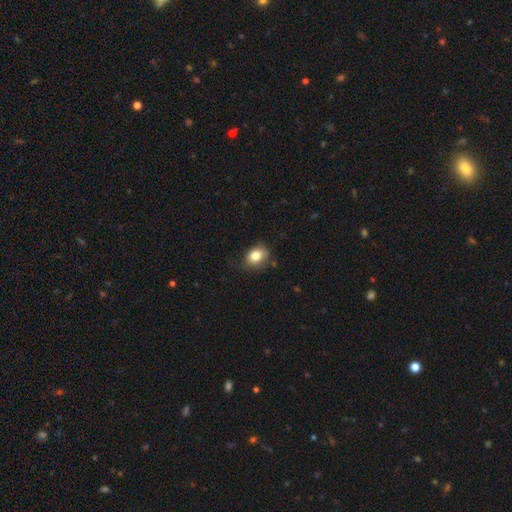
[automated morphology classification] smooth_or_featured: smooth (p=0.83) [alt: star or artifact p=0.10]
how_rounded: in between (p=0.59) [alt: round p=0.40]
merging: none (p=0.75) [alt: minor disturbance p=0.19]